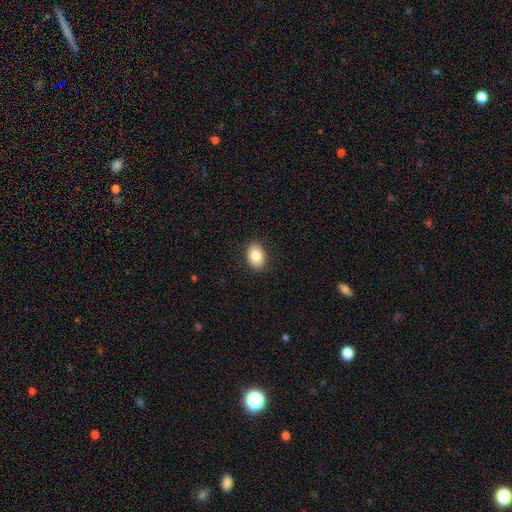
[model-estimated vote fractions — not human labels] Q: Smooth or featured?
A: smooth (84%); runner-up: featured or disk (8%)
Q: How rounded?
A: in between (80%); runner-up: round (19%)
Q: Merging?
A: none (89%); runner-up: minor disturbance (8%)